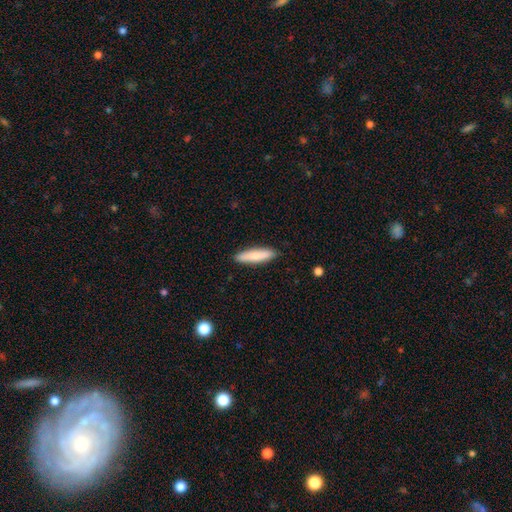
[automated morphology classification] smooth_or_featured: smooth (p=0.82) [alt: featured or disk p=0.12]
how_rounded: cigar-shaped (p=0.78) [alt: in between p=0.20]
merging: none (p=0.89) [alt: minor disturbance p=0.08]